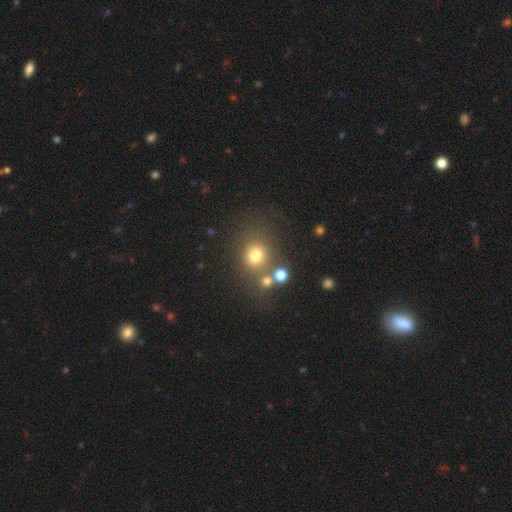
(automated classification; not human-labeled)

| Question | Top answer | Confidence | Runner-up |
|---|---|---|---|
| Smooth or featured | smooth | 72% | star or artifact (18%) |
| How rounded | round | 79% | in between (20%) |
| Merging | none | 64% | merger (17%) |